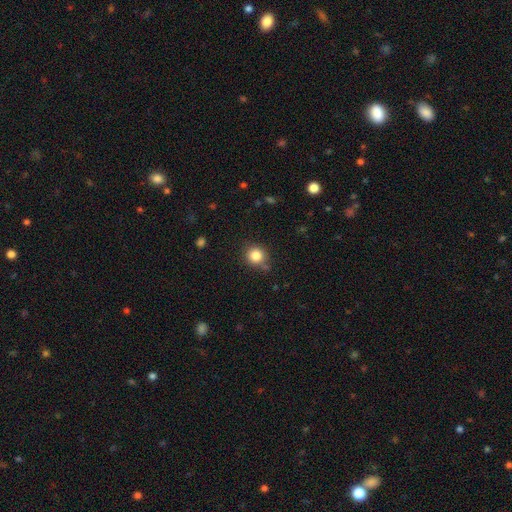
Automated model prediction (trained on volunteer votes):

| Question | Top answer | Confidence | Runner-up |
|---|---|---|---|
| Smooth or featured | smooth | 83% | star or artifact (11%) |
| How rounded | round | 88% | in between (11%) |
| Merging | none | 79% | minor disturbance (14%) |